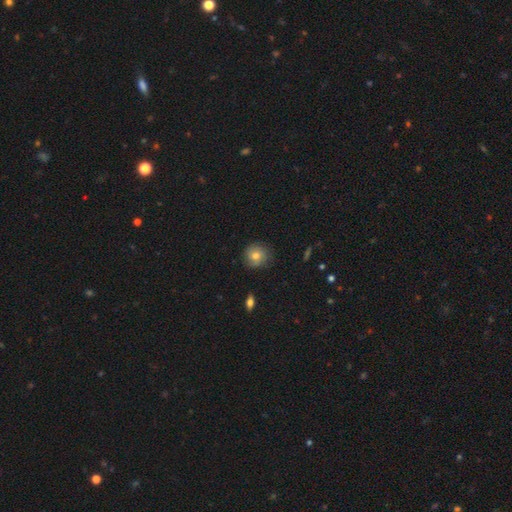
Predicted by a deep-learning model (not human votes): Smooth or featured? Predicted: smooth (p=0.71). How rounded? Predicted: round (p=0.90). Merging? Predicted: none (p=0.82).